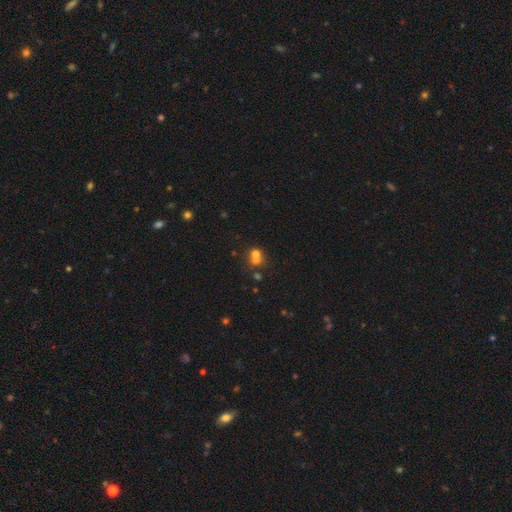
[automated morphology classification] Overall: smooth (64%). How rounded: round (78%). Merging: merger (57%; none 34%).